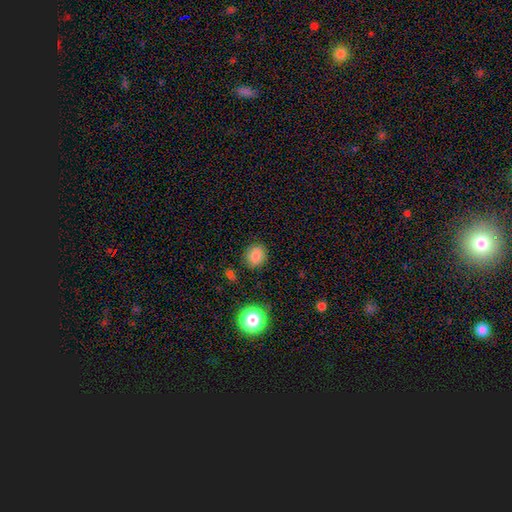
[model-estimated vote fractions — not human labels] Morphology: type=smooth (83%); roundness=round (78%); merging=none (86%).